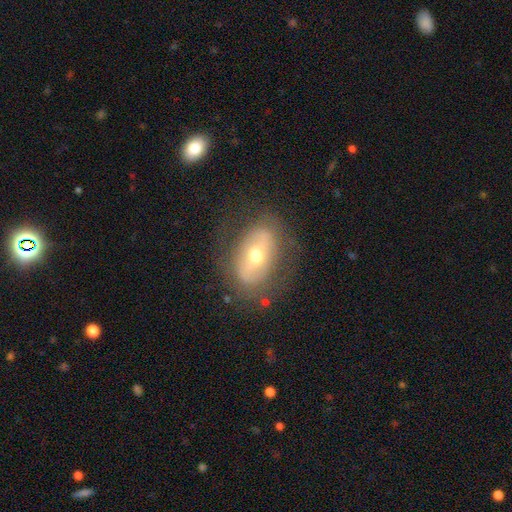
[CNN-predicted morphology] smooth_or_featured: featured or disk (p=0.56) [alt: smooth p=0.35]
disk_edge_on: no (p=0.89) [alt: yes p=0.11]
bar: no (p=0.46) [alt: strong p=0.27]
has_spiral_arms: no (p=0.67) [alt: yes p=0.33]
bulge_size: moderate (p=0.66) [alt: small p=0.24]
merging: none (p=0.75) [alt: minor disturbance p=0.15]